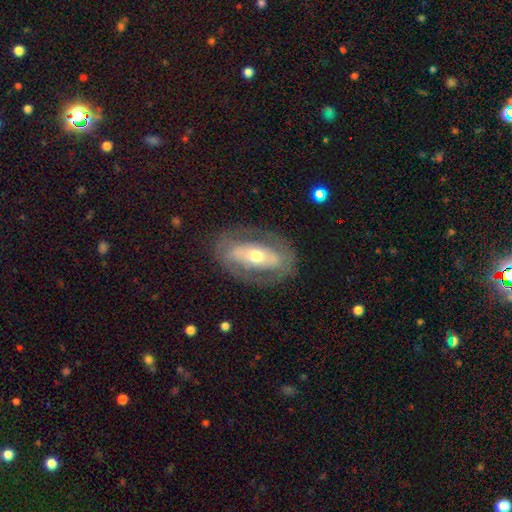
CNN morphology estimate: Smooth or featured? featured or disk (69%)
Edge-on disk? no (88%)
Bar? no (43%)
Spiral arms? no (57%)
Bulge size? moderate (56%)
Merging? none (77%)